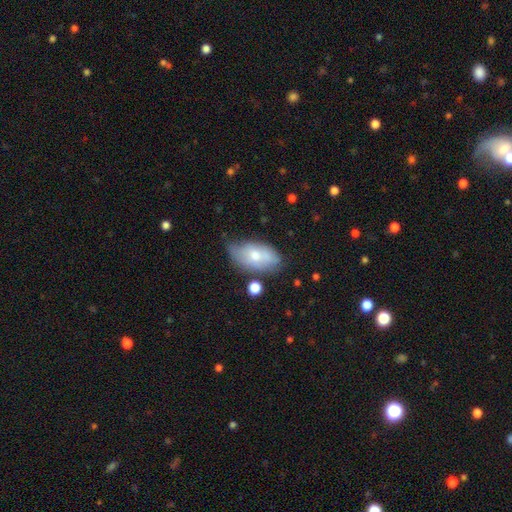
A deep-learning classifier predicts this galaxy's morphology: type=smooth (62%); roundness=in between (92%); merging=none (51%).